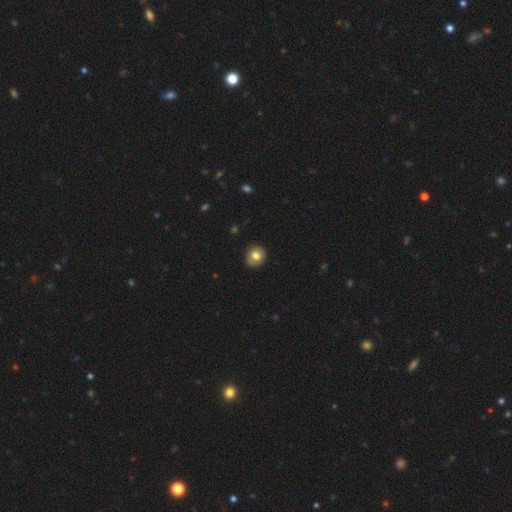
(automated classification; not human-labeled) smooth-or-featured: smooth: 74% | featured or disk: 18% | star or artifact: 8%
  how-rounded: round: 77% | in between: 23% | cigar-shaped: 1%
  merging: none: 86% | minor disturbance: 10% | major disturbance: 2% | merger: 1%